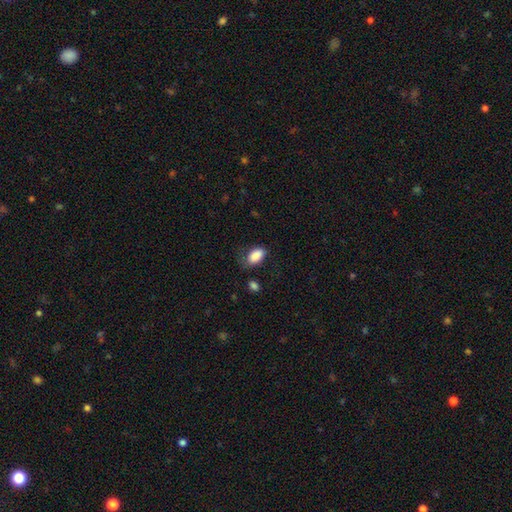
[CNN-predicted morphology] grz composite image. It shows a smooth galaxy with no disk features (88%) that is in between round and cigar-shaped (93%). Merging: none (55%).